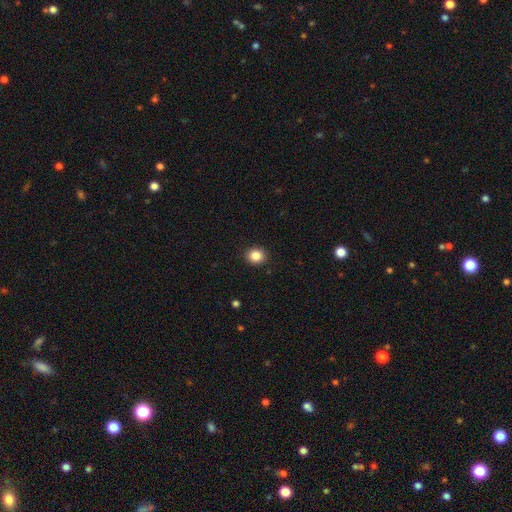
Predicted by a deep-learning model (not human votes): smooth_or_featured: smooth (p=0.86) [alt: star or artifact p=0.10]
how_rounded: round (p=0.83) [alt: in between p=0.16]
merging: none (p=0.92) [alt: minor disturbance p=0.06]